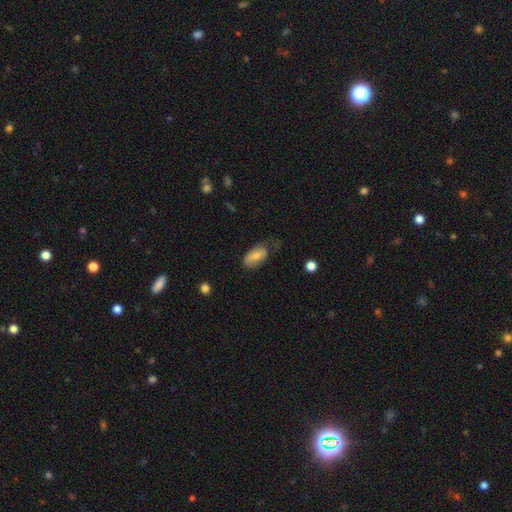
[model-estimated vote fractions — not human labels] Overall: smooth (74%). How rounded: in between (92%). Merging: none (49%; minor disturbance 34%).